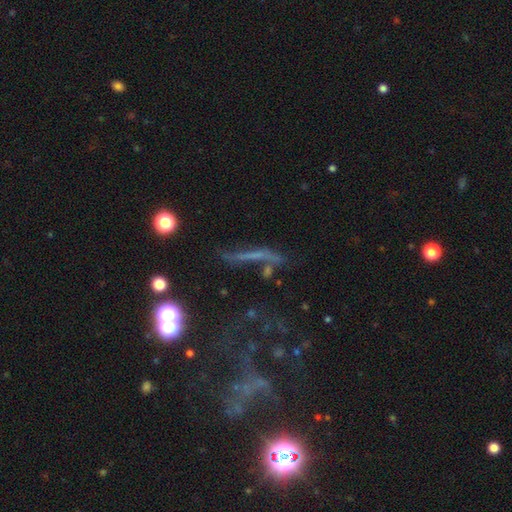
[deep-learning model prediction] Q: Smooth or featured?
A: featured or disk (41%); runner-up: smooth (31%)
Q: Merging?
A: none (58%); runner-up: minor disturbance (18%)